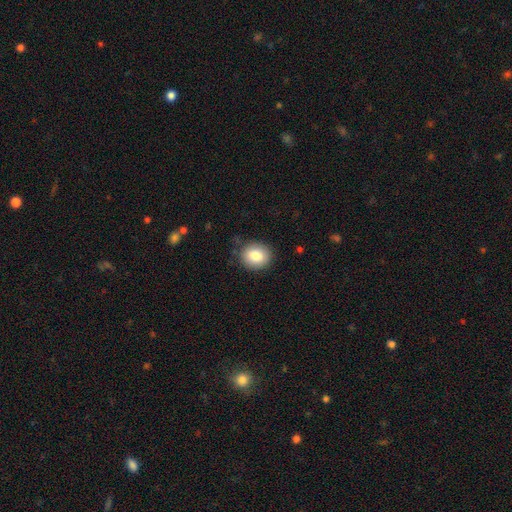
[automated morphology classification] Smooth or featured? smooth (83%)
How rounded? round (72%)
Merging? none (85%)